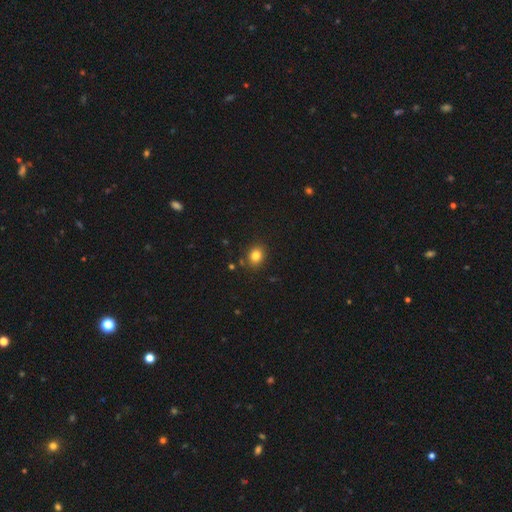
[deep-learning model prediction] Smooth or featured: smooth — 83% (star or artifact — 12%)
How rounded: round — 65% (in between — 34%)
Merging: none — 86% (minor disturbance — 9%)